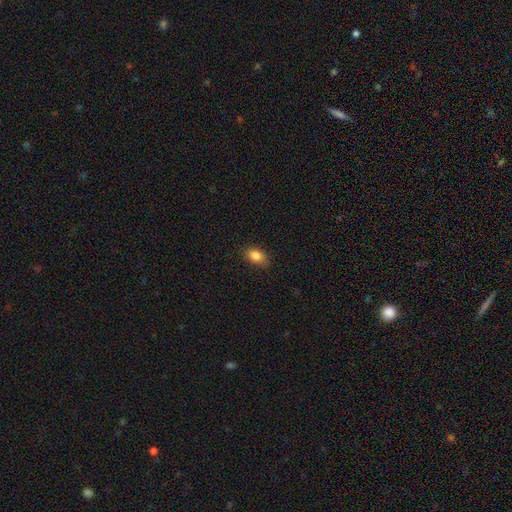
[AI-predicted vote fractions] Smooth or featured? smooth (85%)
How rounded? in between (86%)
Merging? none (85%)